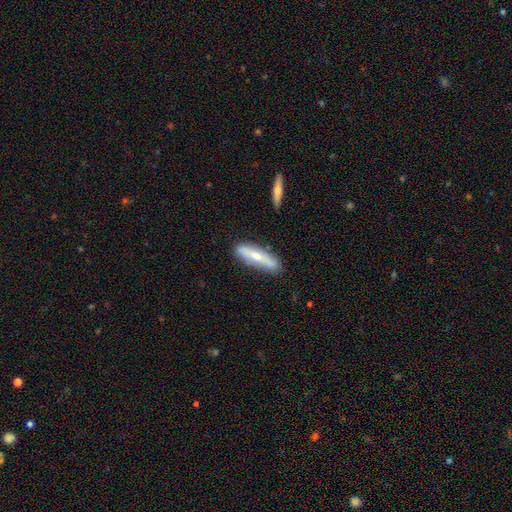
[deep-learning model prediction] A smooth galaxy with no disk features (48%).

Vote fractions:
- Smooth or featured? smooth: 48% / featured or disk: 46% / star or artifact: 6%
- Merging? none: 82% / minor disturbance: 13% / major disturbance: 3% / merger: 3%